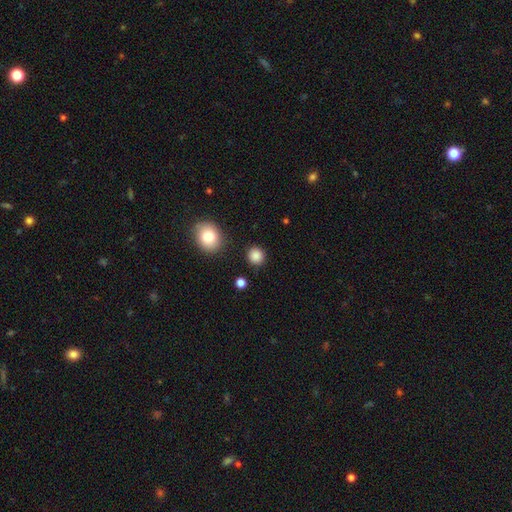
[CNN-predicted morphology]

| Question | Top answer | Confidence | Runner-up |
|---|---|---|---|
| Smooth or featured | smooth | 86% | star or artifact (10%) |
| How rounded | round | 90% | in between (9%) |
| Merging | none | 89% | minor disturbance (7%) |